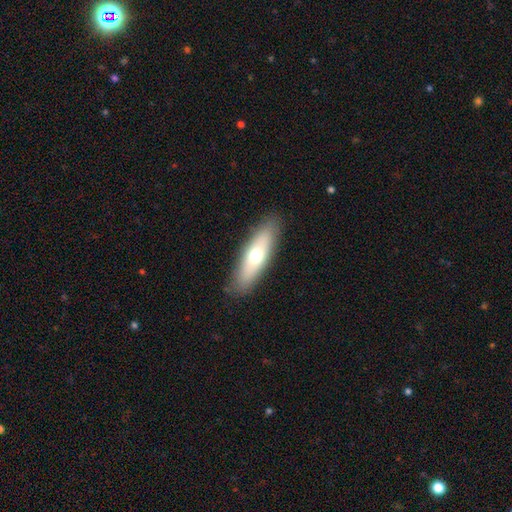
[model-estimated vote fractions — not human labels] smooth 60%, featured or disk 34%, star or artifact 6%. Down the decision tree: how rounded — cigar-shaped (52%); merging — none (87%).